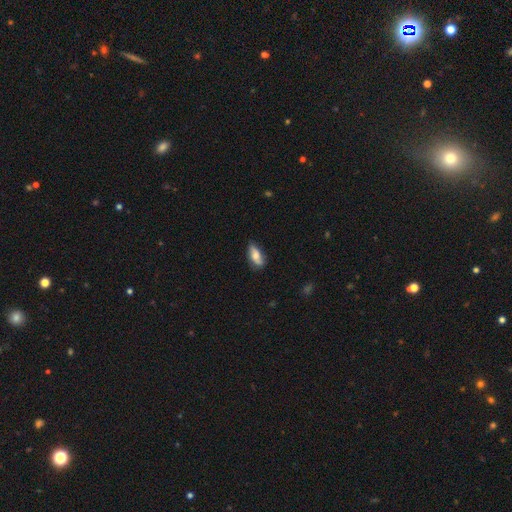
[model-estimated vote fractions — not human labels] Smooth or featured? smooth (64%)
How rounded? in between (82%)
Merging? none (68%)